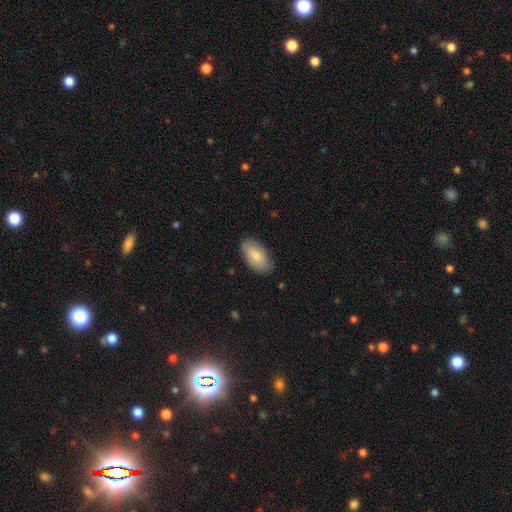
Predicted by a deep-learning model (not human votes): The model was most divided on "smooth or featured": smooth: 80%, featured or disk: 14%, star or artifact: 6%. More confident: how rounded — in between (94%); merging — none (82%).